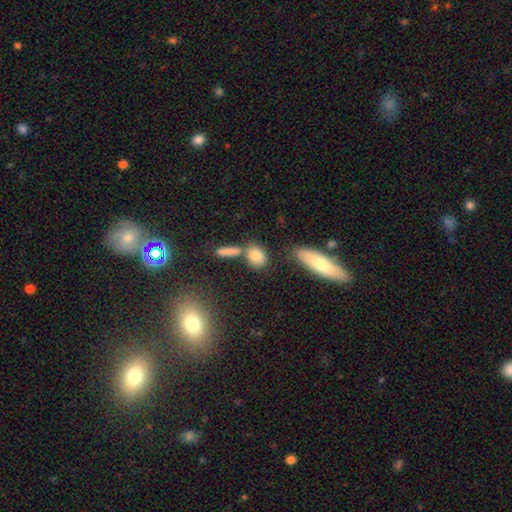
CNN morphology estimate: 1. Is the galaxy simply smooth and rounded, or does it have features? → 80% smooth, 10% featured or disk, 10% star or artifact.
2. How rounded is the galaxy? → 65% in between, 28% round, 7% cigar-shaped.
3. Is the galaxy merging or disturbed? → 60% none, 22% merger, 13% minor disturbance, 5% major disturbance.